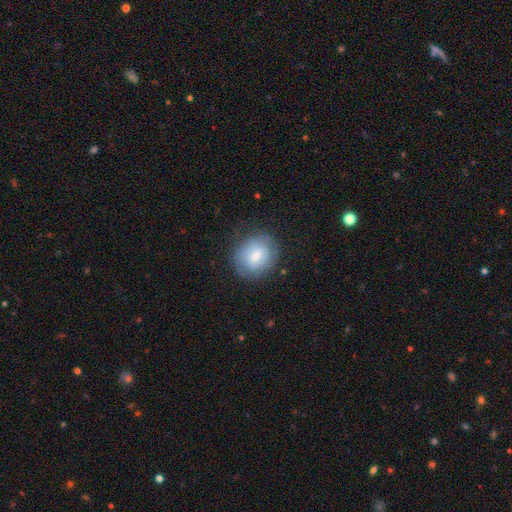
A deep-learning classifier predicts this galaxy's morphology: The model was most divided on "smooth or featured": smooth: 55%, featured or disk: 37%, star or artifact: 8%. More confident: merging — none (72%); how rounded — round (72%).